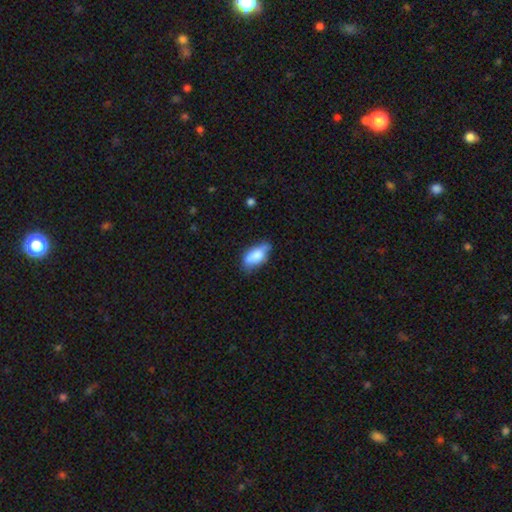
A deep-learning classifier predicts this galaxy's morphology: Smooth or featured?
  - smooth: 76% *
  - featured or disk: 17%
  - star or artifact: 7%
How rounded?
  - in between: 87% *
  - cigar-shaped: 10%
  - round: 3%
Merging?
  - none: 54% *
  - minor disturbance: 33%
  - major disturbance: 8%
  - merger: 5%